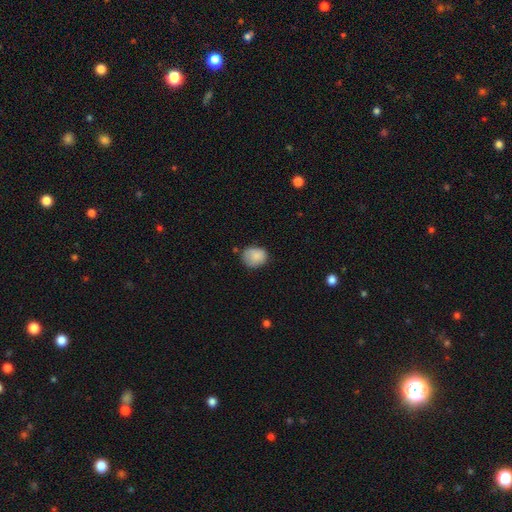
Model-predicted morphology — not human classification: Overall: smooth (84%). How rounded: round (60%; in between 39%). Merging: none (65%; minor disturbance 26%).